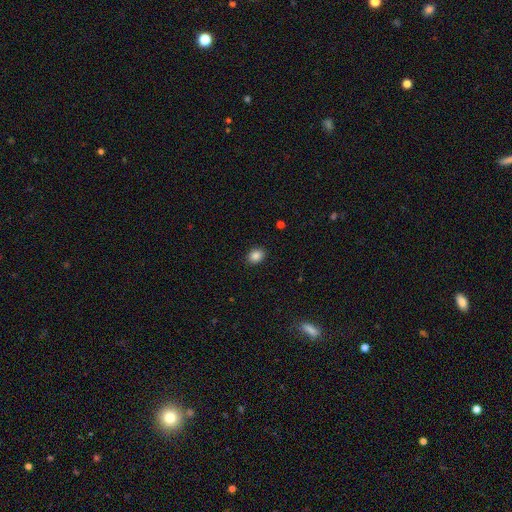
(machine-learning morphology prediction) A smooth galaxy with no disk features (86%) that is in between round and cigar-shaped (56%).

Vote fractions:
- Smooth or featured? smooth: 86% / star or artifact: 10% / featured or disk: 4%
- How rounded? in between: 56% / round: 43% / cigar-shaped: 1%
- Merging? none: 90% / minor disturbance: 7% / major disturbance: 2% / merger: 1%